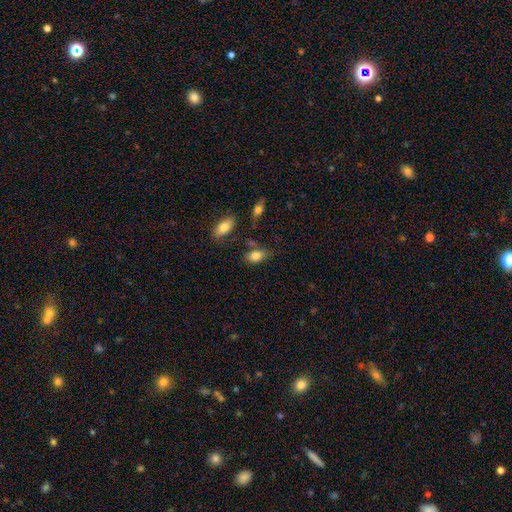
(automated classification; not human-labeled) smooth_or_featured: smooth (p=0.83) [alt: featured or disk p=0.09]
how_rounded: in between (p=0.86) [alt: round p=0.11]
merging: none (p=0.66) [alt: minor disturbance p=0.19]